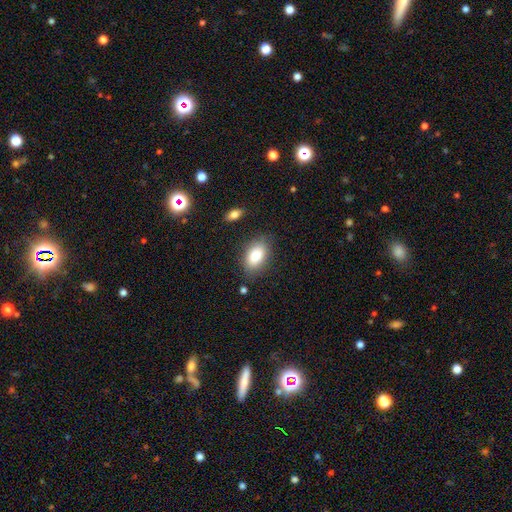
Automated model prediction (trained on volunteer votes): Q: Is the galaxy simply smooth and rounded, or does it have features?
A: smooth — 86%.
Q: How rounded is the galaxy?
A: in between — 91%.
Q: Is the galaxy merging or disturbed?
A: none — 78%.